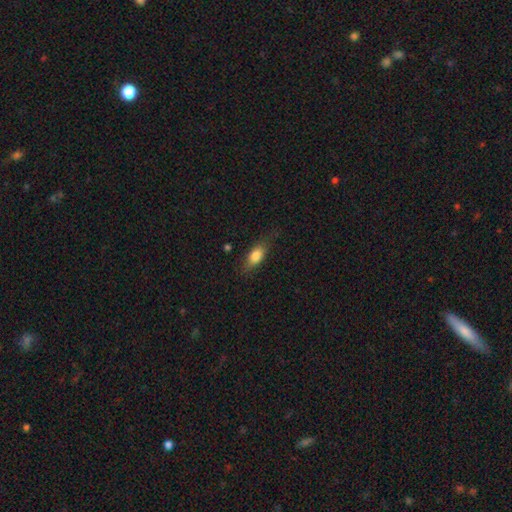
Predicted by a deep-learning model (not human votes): Overall: smooth (79%). How rounded: in between (79%). Merging: none (72%).